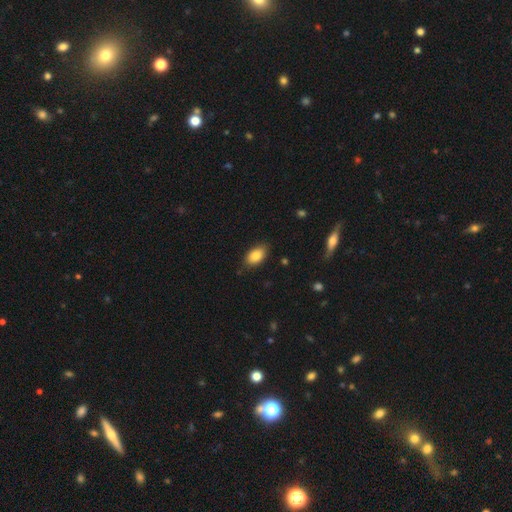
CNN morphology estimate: smooth-or-featured: smooth: 85% | star or artifact: 7% | featured or disk: 7%
  how-rounded: in between: 91% | round: 6% | cigar-shaped: 2%
  merging: none: 83% | minor disturbance: 13% | major disturbance: 3% | merger: 1%